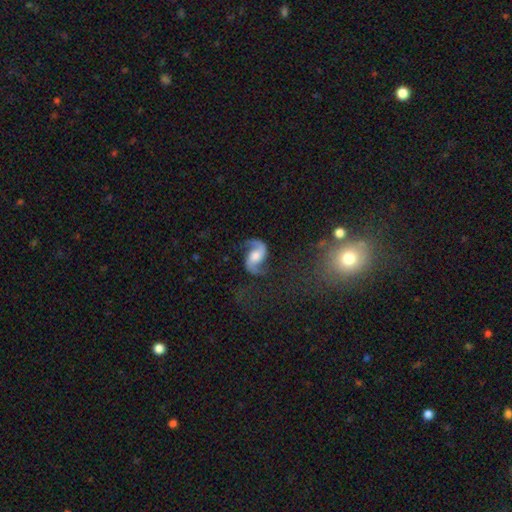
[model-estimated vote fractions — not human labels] Smooth or featured: featured or disk — 89% (smooth — 6%)
Edge-on disk: no — 98% (yes — 2%)
Bar: no — 48% (weak — 37%)
Spiral arms: yes — 97% (no — 3%)
Spiral winding: loose — 57% (medium — 36%)
Spiral arm count: 2 — 94% (1 — 2%)
Bulge size: moderate — 41% (large — 30%)
Merging: none — 75% (minor disturbance — 14%)